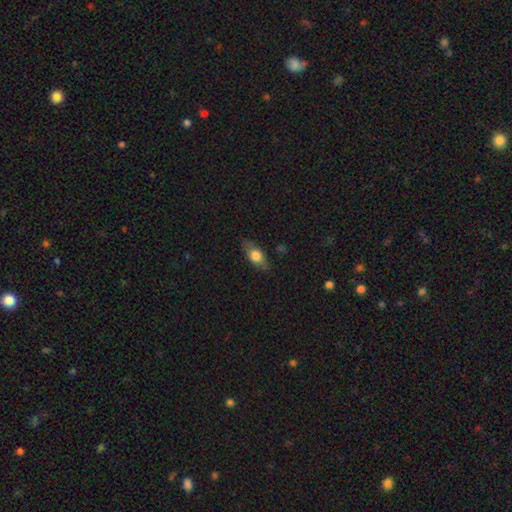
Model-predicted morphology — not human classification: A smooth galaxy with no disk features (69%) that is in between round and cigar-shaped (79%).

Vote fractions:
- Smooth or featured? smooth: 69% / featured or disk: 24% / star or artifact: 7%
- How rounded? in between: 79% / cigar-shaped: 12% / round: 10%
- Merging? none: 77% / minor disturbance: 17% / major disturbance: 5% / merger: 1%